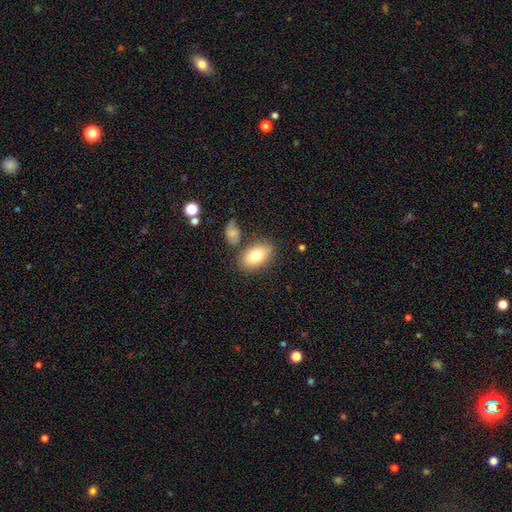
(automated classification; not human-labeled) Smooth or featured? Predicted: smooth (p=0.78). How rounded? Predicted: in between (p=0.89). Merging? Predicted: none (p=0.75).